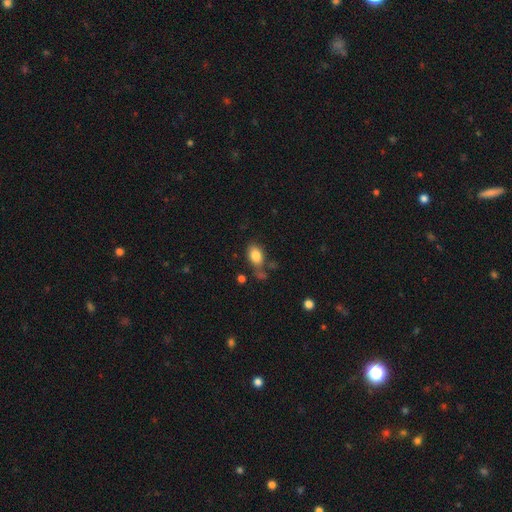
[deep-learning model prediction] Overall: smooth (83%). How rounded: in between (84%). Merging: none (61%).